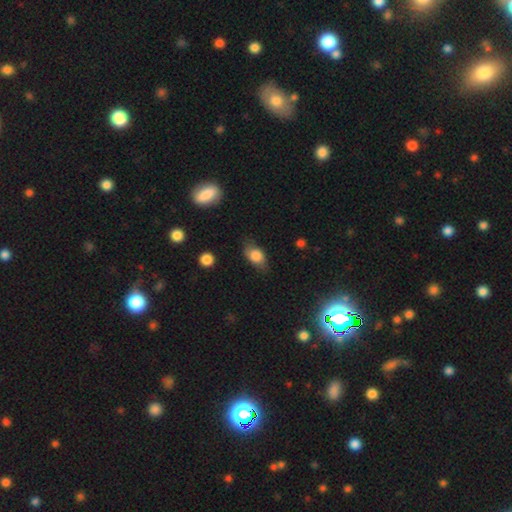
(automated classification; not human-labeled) Overall: smooth (76%). How rounded: in between (81%). Merging: none (67%).